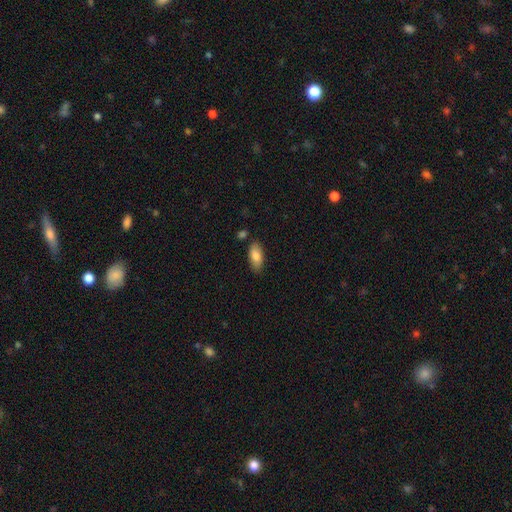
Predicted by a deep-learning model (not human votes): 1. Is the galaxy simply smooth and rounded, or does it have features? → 83% smooth, 11% featured or disk, 6% star or artifact.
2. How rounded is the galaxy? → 87% in between, 11% cigar-shaped, 2% round.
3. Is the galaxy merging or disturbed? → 80% none, 13% minor disturbance, 4% merger, 3% major disturbance.